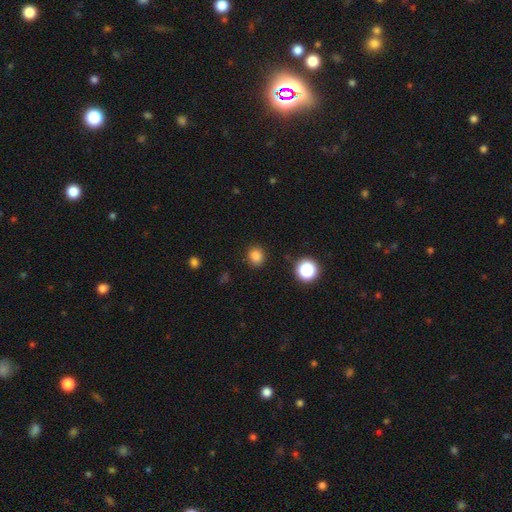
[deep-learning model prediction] Overall: smooth (83%). How rounded: round (78%). Merging: none (88%).